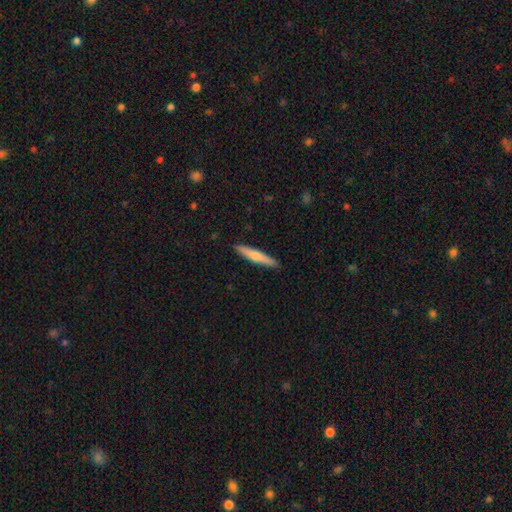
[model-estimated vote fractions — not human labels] Overall: smooth (66%; featured or disk 29%). How rounded: cigar-shaped (92%). Merging: none (91%).